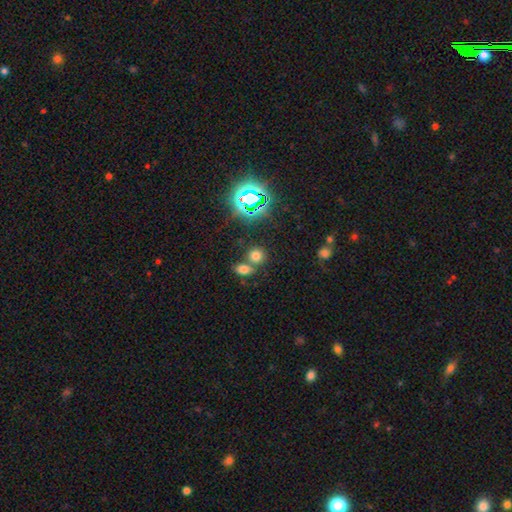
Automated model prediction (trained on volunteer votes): This is likely a smooth galaxy (67%). How rounded: likely round (69%). Merging: possibly none (55%).